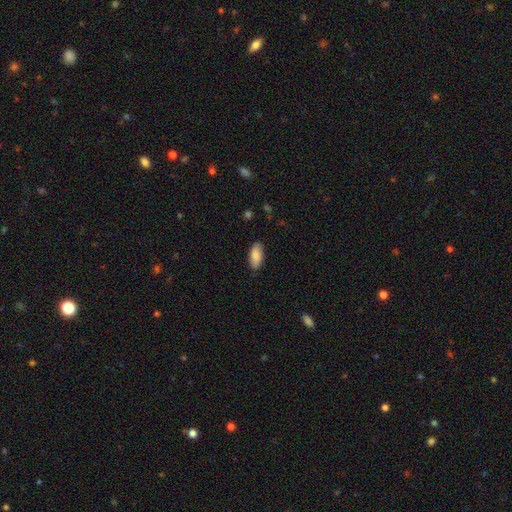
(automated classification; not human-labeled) smooth 83%, featured or disk 11%, star or artifact 6%. Down the decision tree: how rounded — in between (89%); merging — none (85%).